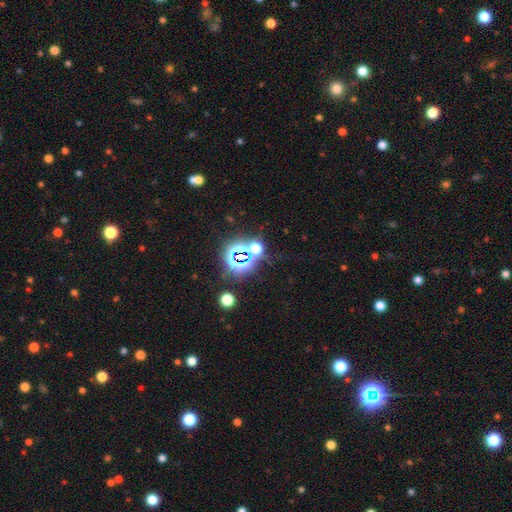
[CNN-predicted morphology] Smooth or featured? Predicted: star or artifact (p=0.74).